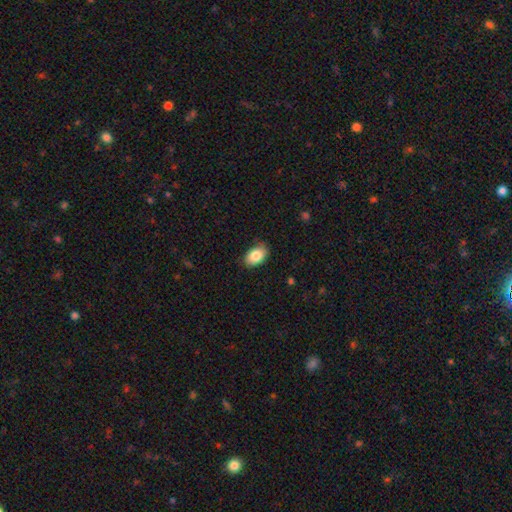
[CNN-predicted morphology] Smooth or featured: smooth — 85% (featured or disk — 8%)
How rounded: in between — 89% (round — 10%)
Merging: none — 81% (minor disturbance — 15%)